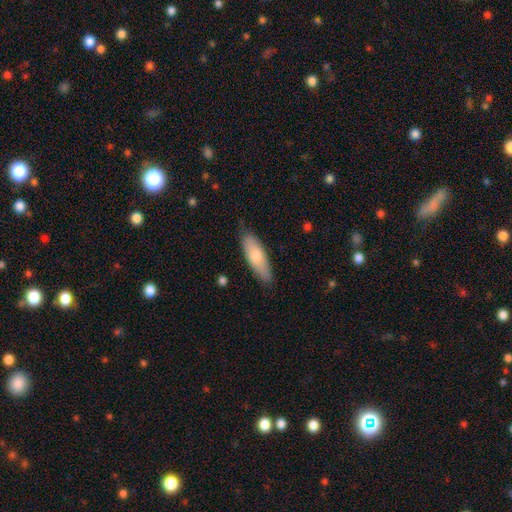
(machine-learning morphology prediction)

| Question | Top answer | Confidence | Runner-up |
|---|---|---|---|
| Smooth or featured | smooth | 71% | featured or disk (24%) |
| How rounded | in between | 56% | cigar-shaped (42%) |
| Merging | none | 82% | minor disturbance (15%) |